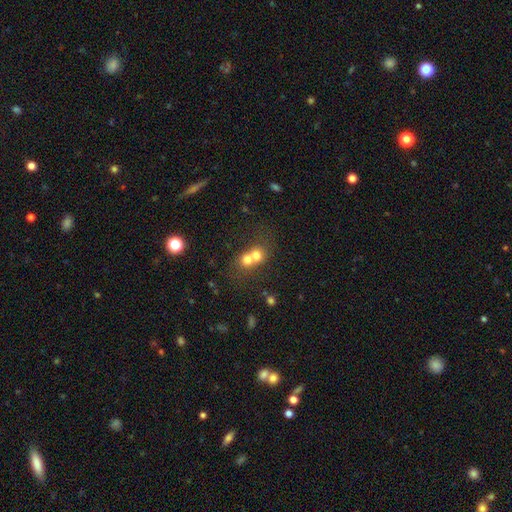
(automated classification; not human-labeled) Smooth or featured? smooth (68%)
How rounded? round (74%)
Merging? merger (70%)